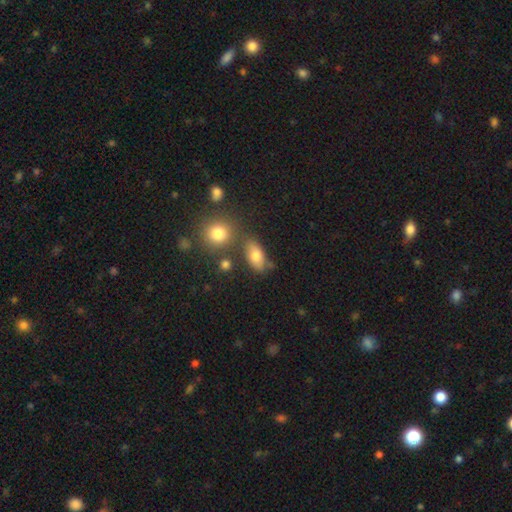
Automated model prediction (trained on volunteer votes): A smooth galaxy with no disk features (76%) that is in between round and cigar-shaped (82%).

Vote fractions:
- Smooth or featured? smooth: 76% / featured or disk: 13% / star or artifact: 12%
- How rounded? in between: 82% / round: 13% / cigar-shaped: 5%
- Merging? none: 67% / minor disturbance: 16% / merger: 11% / major disturbance: 5%